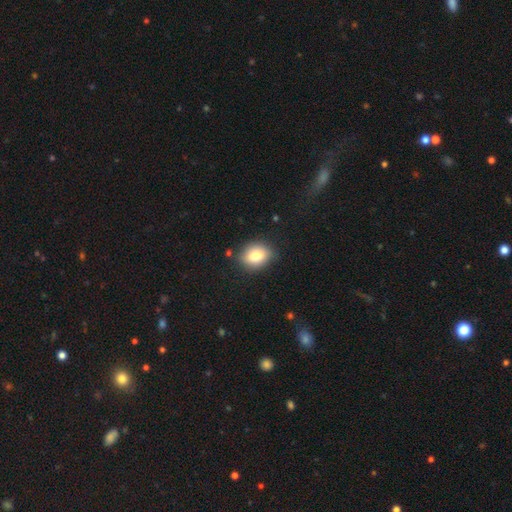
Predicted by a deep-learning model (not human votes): Overall: smooth (80%). How rounded: in between (62%; round 37%). Merging: none (83%).